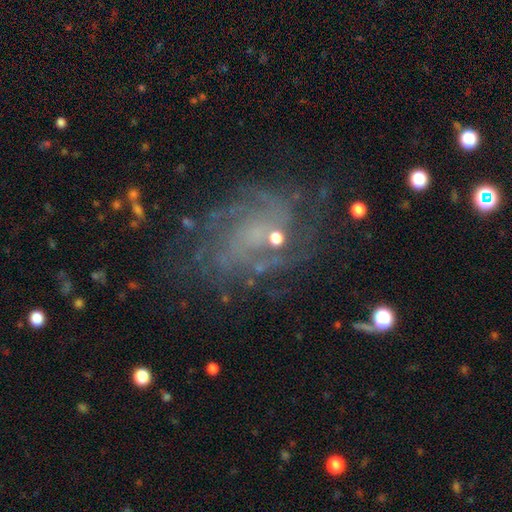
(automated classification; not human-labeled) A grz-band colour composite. It shows a featured or disk galaxy (77%) with no bar (67%), tight (44%) spiral arms (87%) and a small central bulge (56%). Merging: none (65%).